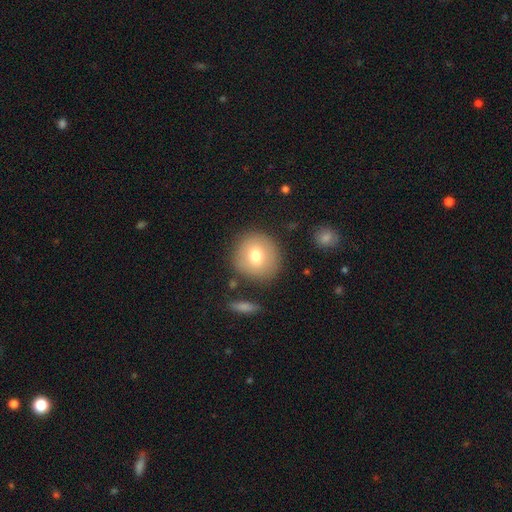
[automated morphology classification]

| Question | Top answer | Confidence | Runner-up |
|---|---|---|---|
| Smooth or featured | smooth | 73% | featured or disk (18%) |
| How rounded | round | 91% | in between (8%) |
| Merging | none | 84% | minor disturbance (9%) |